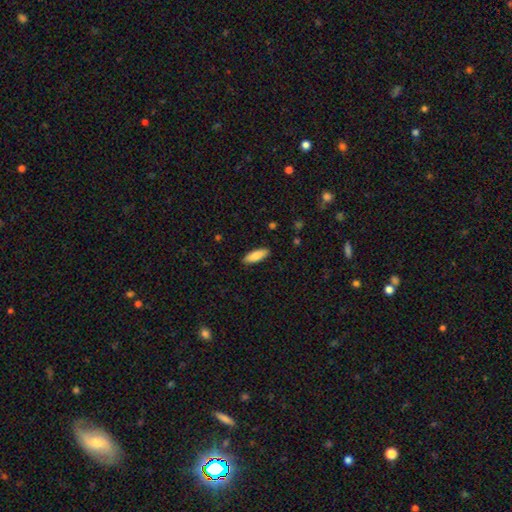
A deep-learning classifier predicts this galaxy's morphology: A smooth galaxy with no disk features (85%) that is in between round and cigar-shaped (62%). Merging: none (89%).